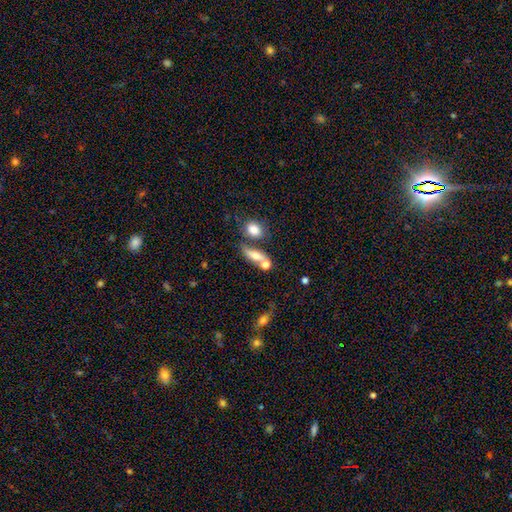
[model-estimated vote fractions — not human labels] A smooth galaxy with no disk features (60%) that is in between round and cigar-shaped (57%). Merging: merger (39%, tied with none).